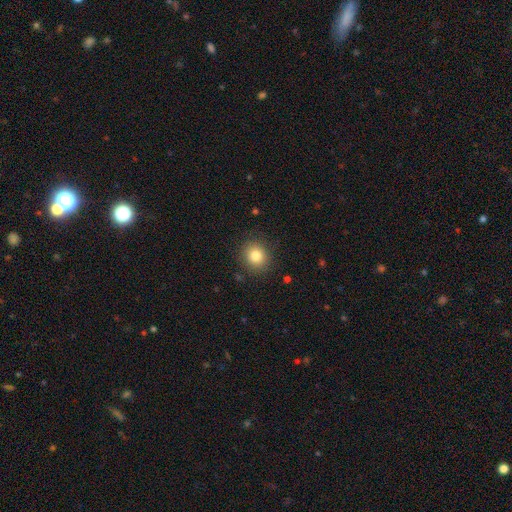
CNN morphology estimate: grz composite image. It shows a smooth galaxy with no disk features (81%) that is round (82%). Merging: none (88%).